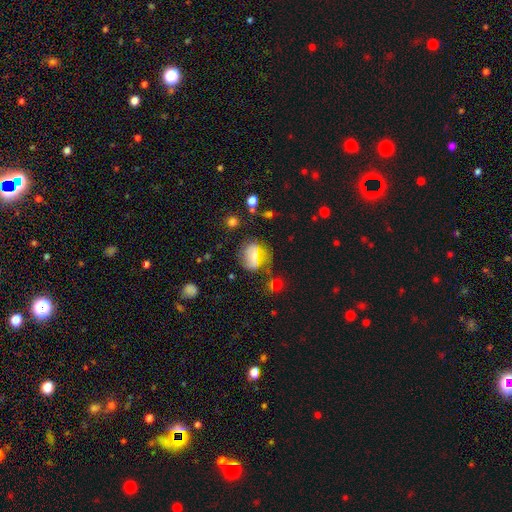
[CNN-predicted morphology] type=smooth (51%); roundness=round (49%); merging=none (63%).